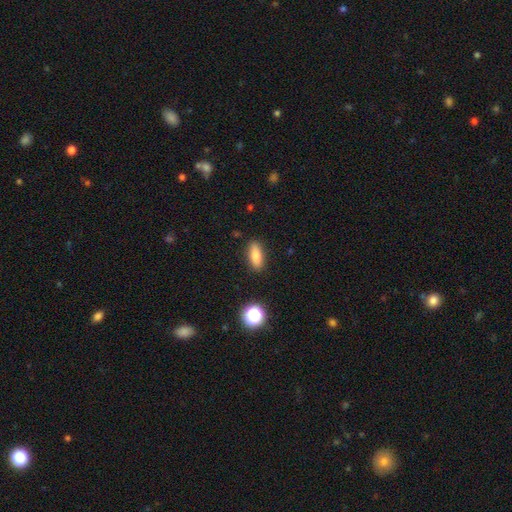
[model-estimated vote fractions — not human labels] Smooth or featured? Predicted: smooth (p=0.82). How rounded? Predicted: in between (p=0.68). Merging? Predicted: none (p=0.88).